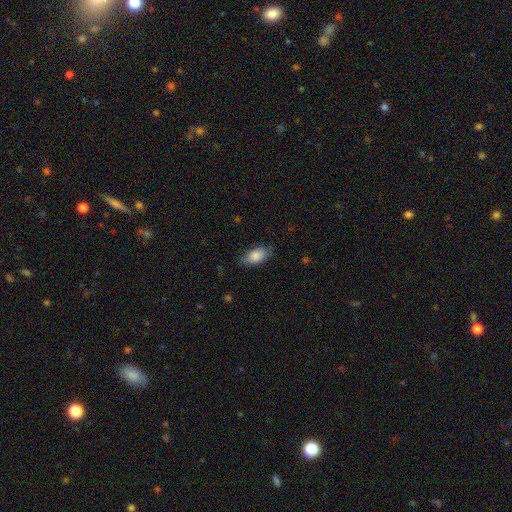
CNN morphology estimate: This appears to be a smooth galaxy with no disk features (84%) that is in between round and cigar-shaped (92%). Merging: none (79%).